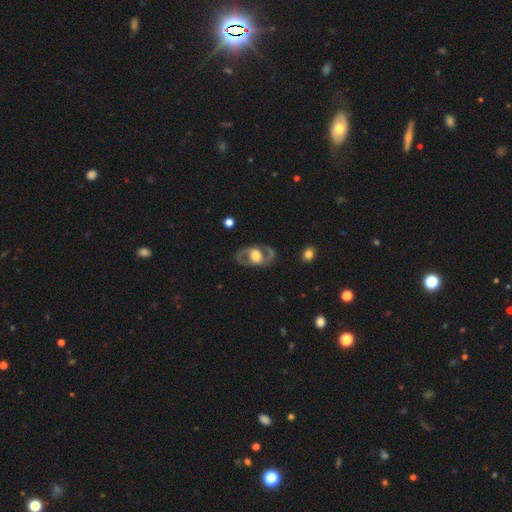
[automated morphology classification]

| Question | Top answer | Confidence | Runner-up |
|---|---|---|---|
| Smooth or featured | featured or disk | 83% | smooth (12%) |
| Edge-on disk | no | 95% | yes (5%) |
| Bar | no | 56% | weak (31%) |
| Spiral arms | yes | 83% | no (17%) |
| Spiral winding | medium | 56% | loose (27%) |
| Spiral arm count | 2 | 92% | can't tell (3%) |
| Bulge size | large | 48% | moderate (40%) |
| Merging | none | 80% | minor disturbance (12%) |